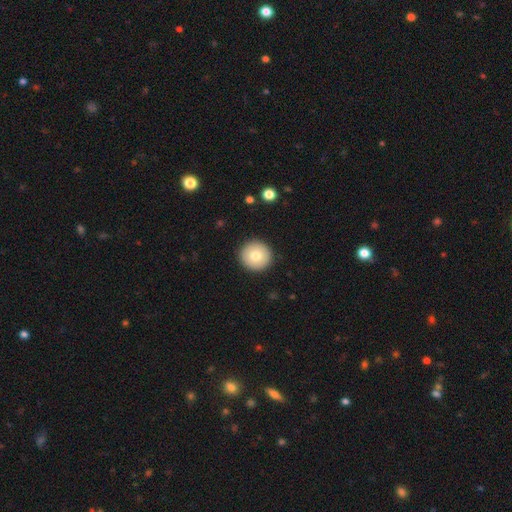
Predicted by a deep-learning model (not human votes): This is likely a smooth galaxy (77%). How rounded: clearly round (95%). Merging: clearly none (92%).